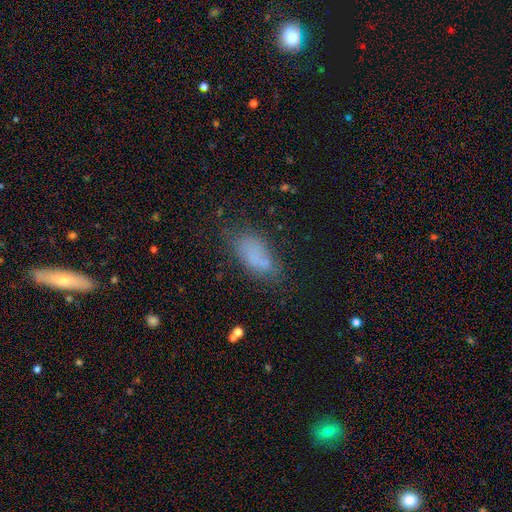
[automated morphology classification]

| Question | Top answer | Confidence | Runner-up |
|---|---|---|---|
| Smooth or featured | smooth | 72% | featured or disk (16%) |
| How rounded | in between | 87% | cigar-shaped (9%) |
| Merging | none | 60% | minor disturbance (24%) |